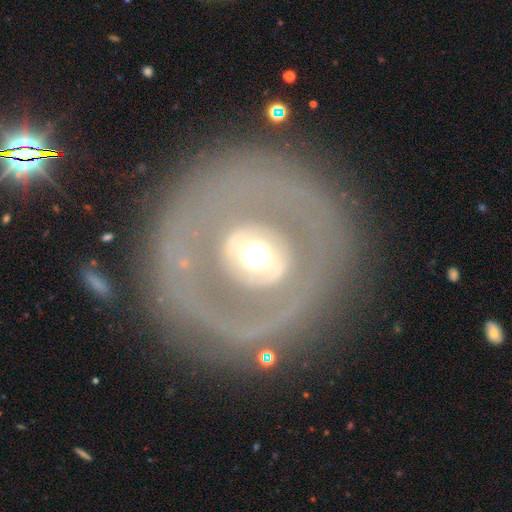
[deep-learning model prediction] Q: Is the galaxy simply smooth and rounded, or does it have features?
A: featured or disk — 64%.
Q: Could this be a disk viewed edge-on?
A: no — 94%.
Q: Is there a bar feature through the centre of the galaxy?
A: no — 75%.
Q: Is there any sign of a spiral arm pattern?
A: no — 78%.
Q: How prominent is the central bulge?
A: moderate — 61%.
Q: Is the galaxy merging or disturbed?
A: none — 79%.